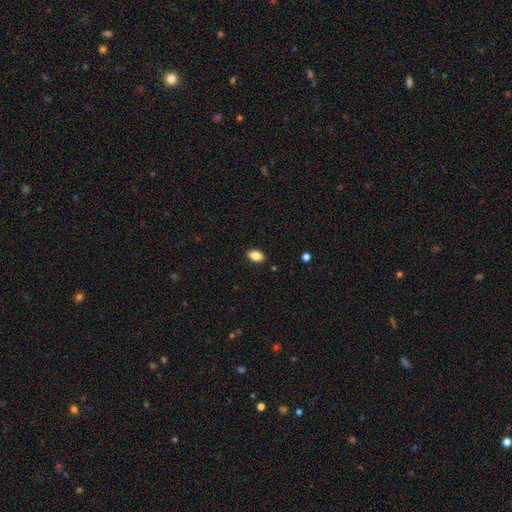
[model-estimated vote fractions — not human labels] This appears to be a smooth galaxy with no disk features (85%) that is in between round and cigar-shaped (89%). Merging: none (88%).